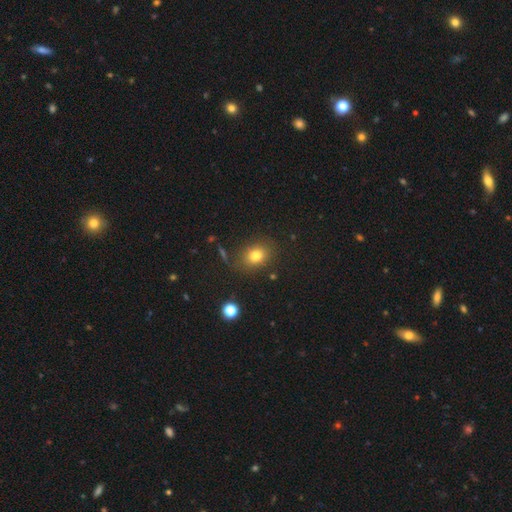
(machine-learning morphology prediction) smooth 77%, star or artifact 14%, featured or disk 9%. Down the decision tree: how rounded — in between (53%); merging — none (80%).